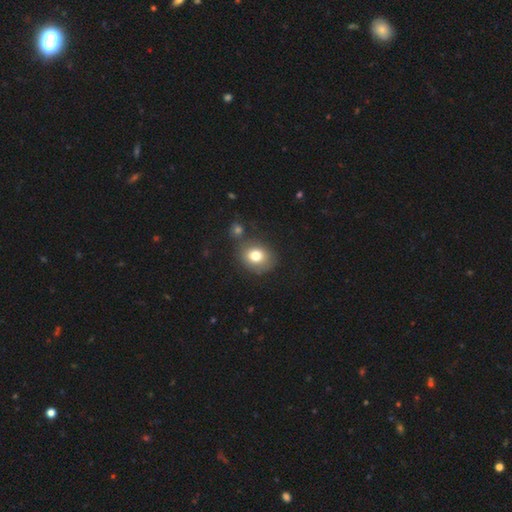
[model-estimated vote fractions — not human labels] Smooth or featured?
  - smooth: 77% *
  - featured or disk: 13%
  - star or artifact: 10%
How rounded?
  - round: 60% *
  - in between: 39%
  - cigar-shaped: 1%
Merging?
  - none: 68% *
  - minor disturbance: 15%
  - merger: 12%
  - major disturbance: 5%